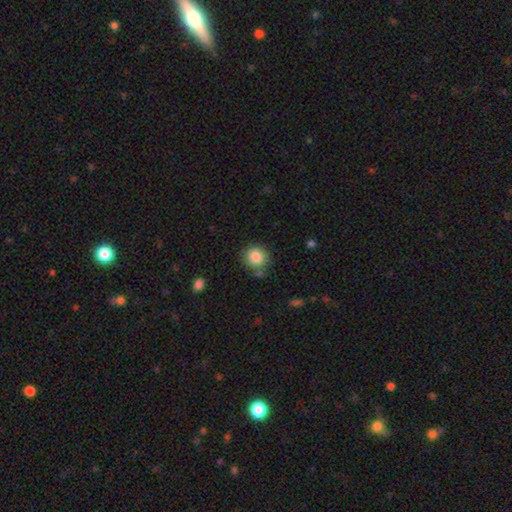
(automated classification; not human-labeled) A smooth galaxy with no disk features (85%) that is round (82%).

Vote fractions:
- Smooth or featured? smooth: 85% / star or artifact: 9% / featured or disk: 6%
- How rounded? round: 82% / in between: 17% / cigar-shaped: 1%
- Merging? none: 73% / minor disturbance: 14% / merger: 8% / major disturbance: 4%